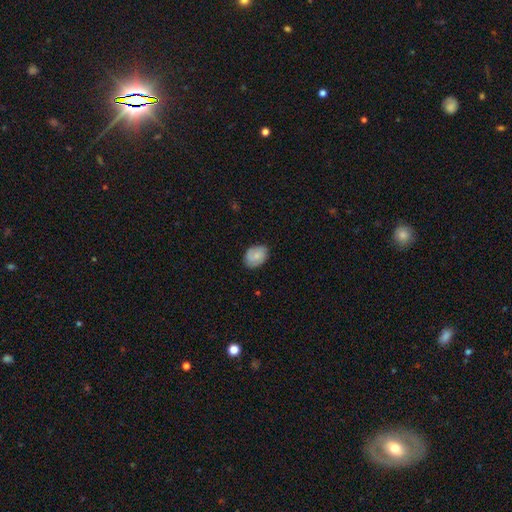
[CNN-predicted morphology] type=smooth (67%); roundness=in between (72%); merging=none (76%).